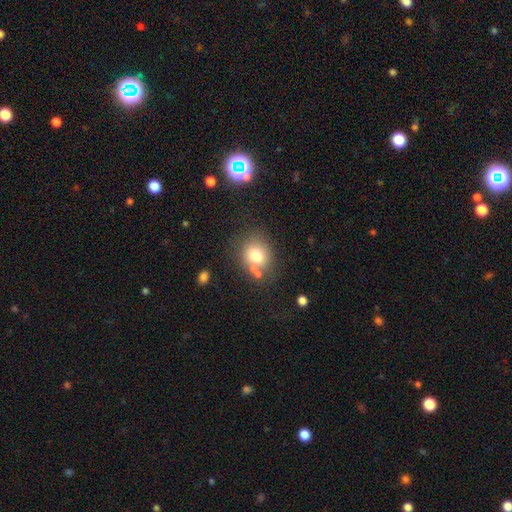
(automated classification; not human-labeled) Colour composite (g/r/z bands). It shows a smooth galaxy with no disk features (74%) that is round (68%). Merging: none (63%).